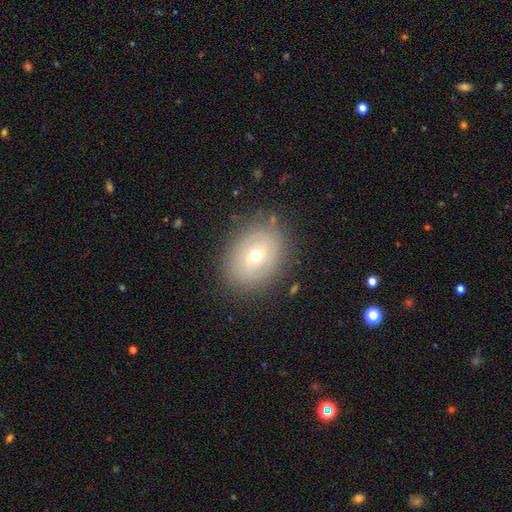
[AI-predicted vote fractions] smooth_or_featured: smooth (p=0.58) [alt: featured or disk p=0.30]
how_rounded: in between (p=0.61) [alt: round p=0.38]
merging: none (p=0.81) [alt: minor disturbance p=0.12]